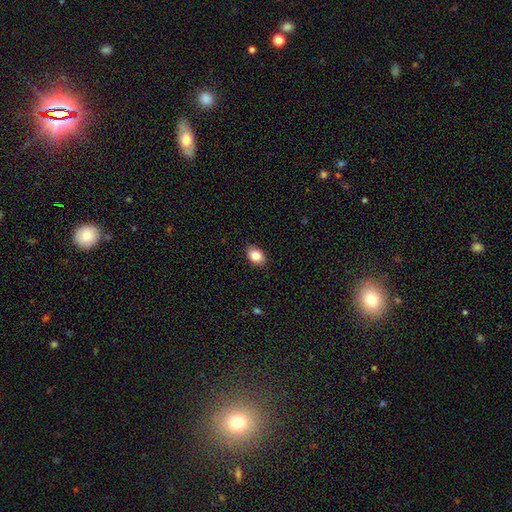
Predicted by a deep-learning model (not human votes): Smooth or featured? Predicted: smooth (p=0.85). How rounded? Predicted: in between (p=0.79). Merging? Predicted: none (p=0.88).